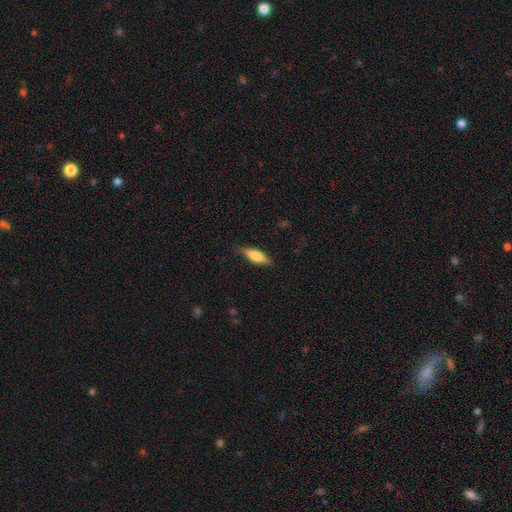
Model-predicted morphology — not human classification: A smooth galaxy with no disk features (60%) that is in between round and cigar-shaped (49%). Merging: none (80%).